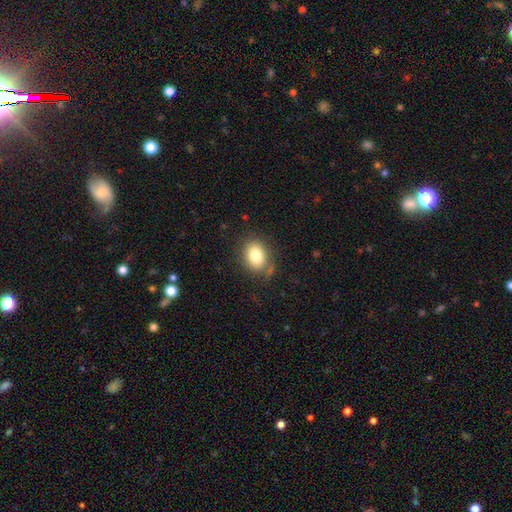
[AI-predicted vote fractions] This appears to be a smooth galaxy with no disk features (81%) that is in between round and cigar-shaped (64%). Merging: none (76%).